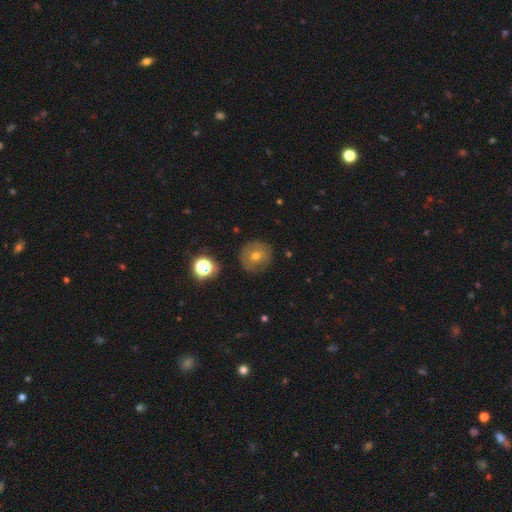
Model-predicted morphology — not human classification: This appears to be a smooth galaxy with no disk features (55%) that is round (93%). Merging: none (84%).